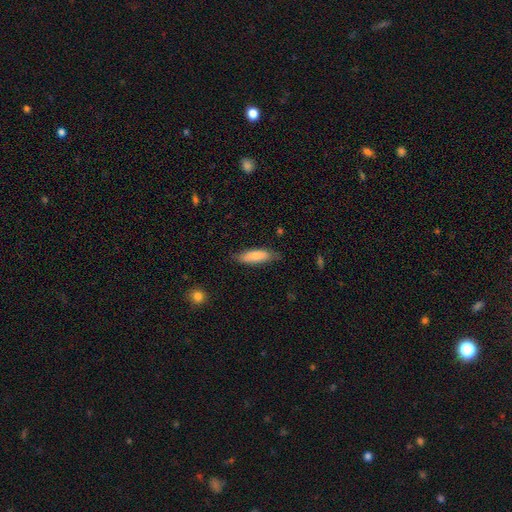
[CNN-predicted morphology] This is clearly a smooth galaxy (81%). How rounded: possibly in between (53%). Merging: likely none (74%).